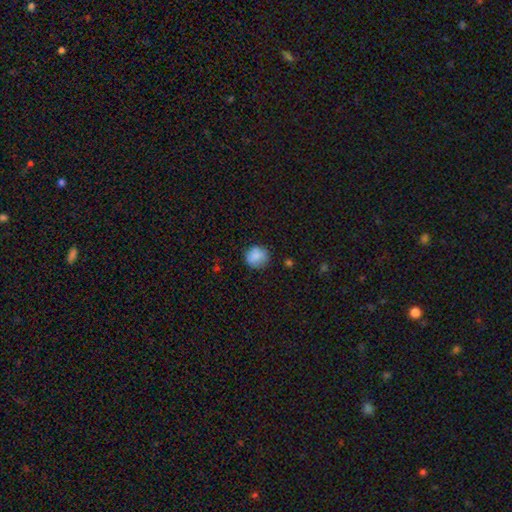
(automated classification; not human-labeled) smooth_or_featured: smooth (p=0.85) [alt: star or artifact p=0.08]
how_rounded: round (p=0.87) [alt: in between p=0.12]
merging: none (p=0.80) [alt: minor disturbance p=0.14]